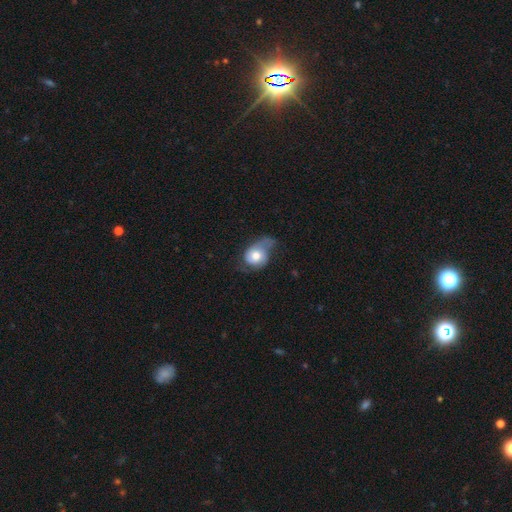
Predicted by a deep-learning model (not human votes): Smooth or featured?
  - smooth: 47% *
  - featured or disk: 46%
  - star or artifact: 7%
Merging?
  - major disturbance: 37% *
  - minor disturbance: 33%
  - none: 28%
  - merger: 3%